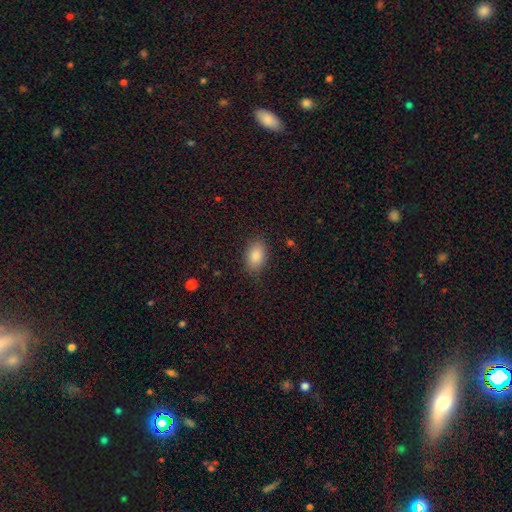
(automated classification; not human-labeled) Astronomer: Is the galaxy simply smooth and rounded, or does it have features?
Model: smooth — 87%.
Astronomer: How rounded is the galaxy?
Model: in between — 89%.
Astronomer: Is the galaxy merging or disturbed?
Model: none — 84%.